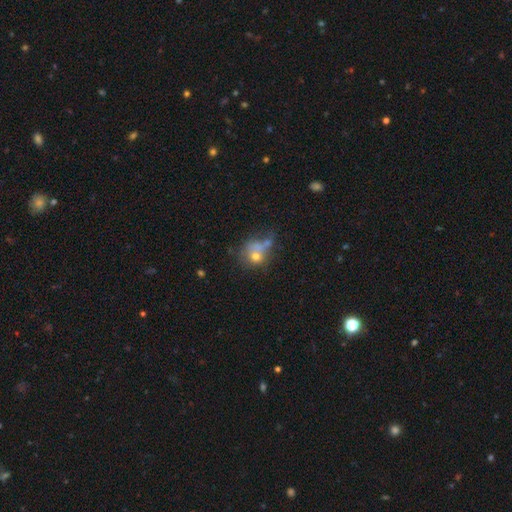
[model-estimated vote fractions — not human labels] Smooth or featured? smooth (55%)
How rounded? round (73%)
Merging? none (37%)